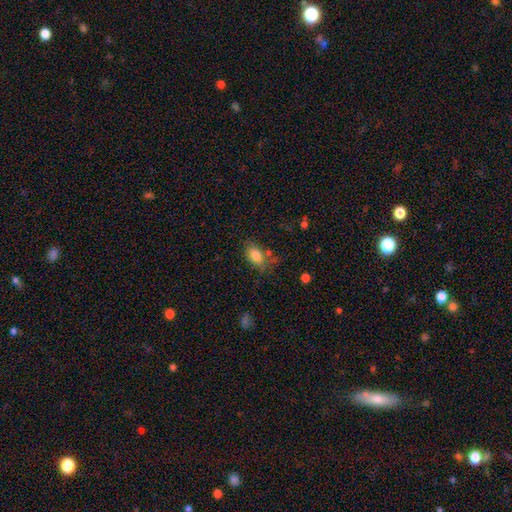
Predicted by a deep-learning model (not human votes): Smooth or featured? smooth (82%)
How rounded? in between (85%)
Merging? none (63%)